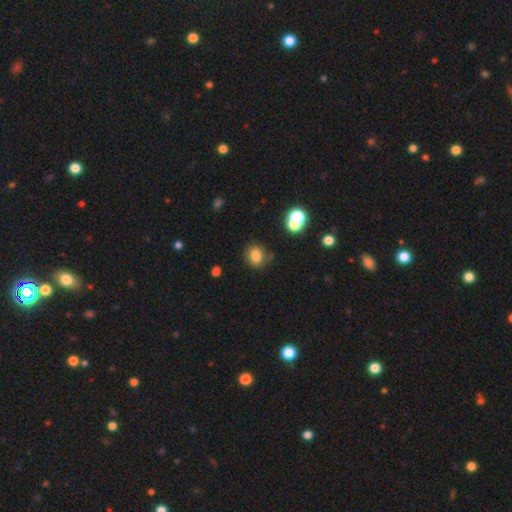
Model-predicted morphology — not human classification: A smooth galaxy with no disk features (81%) that is round (58%).

Vote fractions:
- Smooth or featured? smooth: 81% / star or artifact: 12% / featured or disk: 7%
- How rounded? round: 58% / in between: 40% / cigar-shaped: 1%
- Merging? none: 79% / minor disturbance: 12% / merger: 6% / major disturbance: 4%